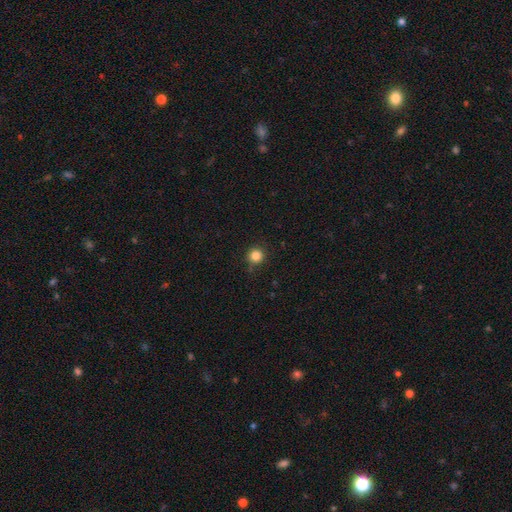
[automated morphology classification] smooth-or-featured: smooth: 84% | star or artifact: 12% | featured or disk: 4%
  how-rounded: round: 94% | in between: 5% | cigar-shaped: 1%
  merging: none: 89% | minor disturbance: 8% | major disturbance: 2% | merger: 2%